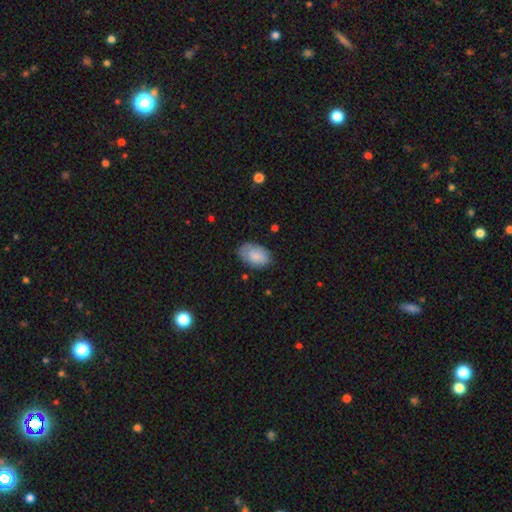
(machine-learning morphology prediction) This appears to be a smooth galaxy with no disk features (81%) that is in between round and cigar-shaped (91%). Merging: none (72%).